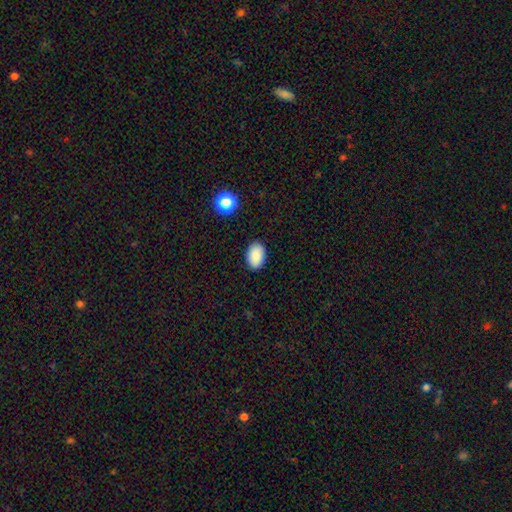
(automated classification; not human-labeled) smooth-or-featured: smooth: 89% | star or artifact: 8% | featured or disk: 3%
  how-rounded: in between: 89% | round: 10% | cigar-shaped: 1%
  merging: none: 89% | minor disturbance: 8% | major disturbance: 2% | merger: 1%